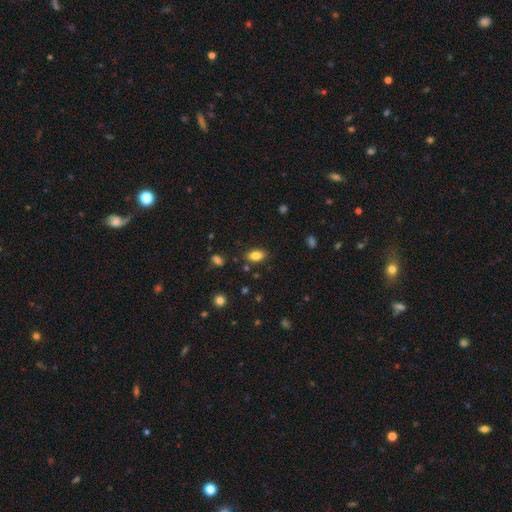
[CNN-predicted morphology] Q: Smooth or featured?
A: smooth (84%); runner-up: star or artifact (9%)
Q: How rounded?
A: in between (90%); runner-up: round (6%)
Q: Merging?
A: none (84%); runner-up: minor disturbance (11%)